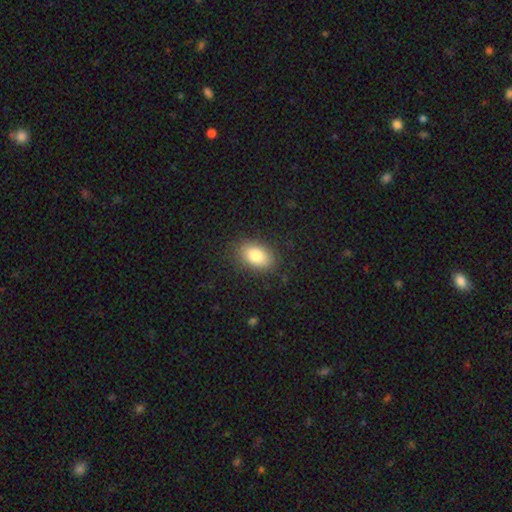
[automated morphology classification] Smooth or featured? smooth (82%)
How rounded? in between (86%)
Merging? none (86%)